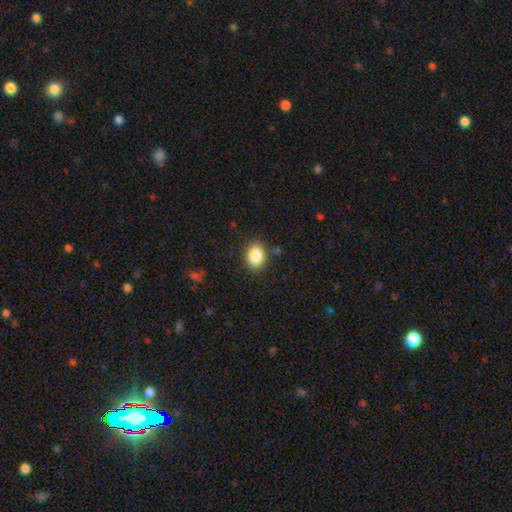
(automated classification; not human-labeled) smooth 86%, star or artifact 9%, featured or disk 5%. Down the decision tree: how rounded — in between (59%); merging — none (85%).